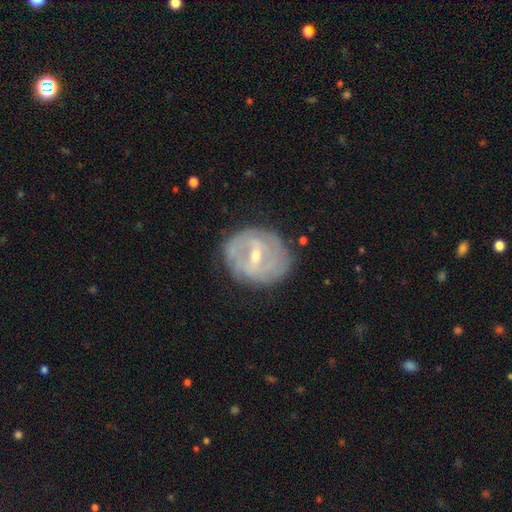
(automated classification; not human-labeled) Morphology: type=featured or disk (77%); edge-on=no (96%); bar=weak (53%); spiral arms=yes (70%); winding=tight (56%); arm count=can't tell (43%); bulge=small (51%); merging=none (76%).